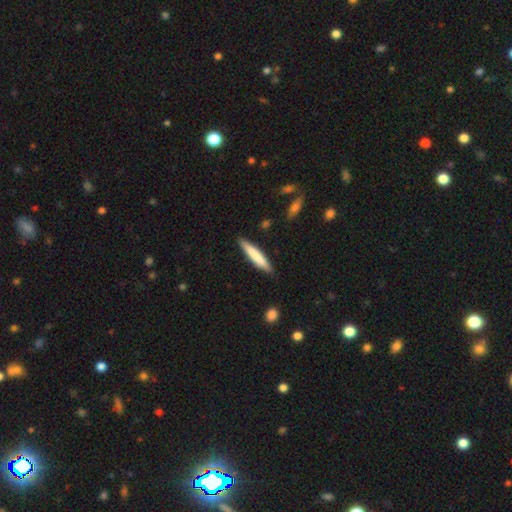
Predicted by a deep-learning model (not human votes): Q: Smooth or featured?
A: smooth (73%); runner-up: featured or disk (21%)
Q: How rounded?
A: cigar-shaped (91%); runner-up: in between (8%)
Q: Merging?
A: none (87%); runner-up: minor disturbance (10%)